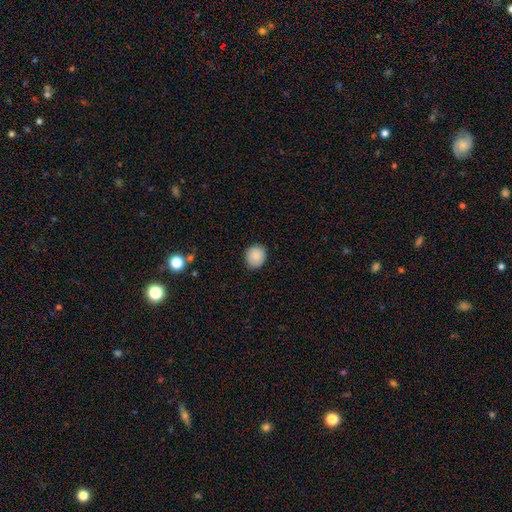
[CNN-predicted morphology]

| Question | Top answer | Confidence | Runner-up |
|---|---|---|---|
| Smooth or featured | smooth | 88% | star or artifact (8%) |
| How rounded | round | 85% | in between (14%) |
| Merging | none | 89% | minor disturbance (8%) |